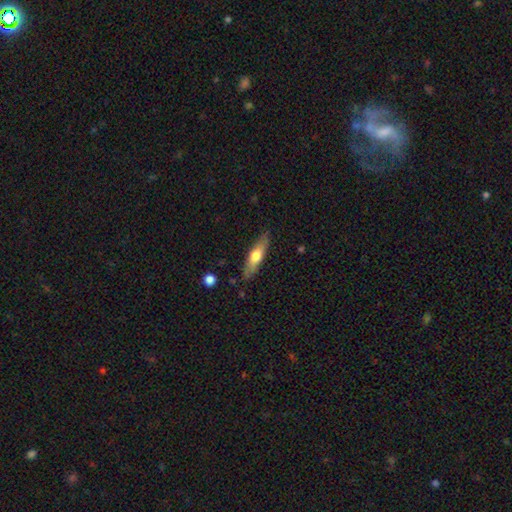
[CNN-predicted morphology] type=smooth (57%); roundness=cigar-shaped (67%); merging=none (82%).